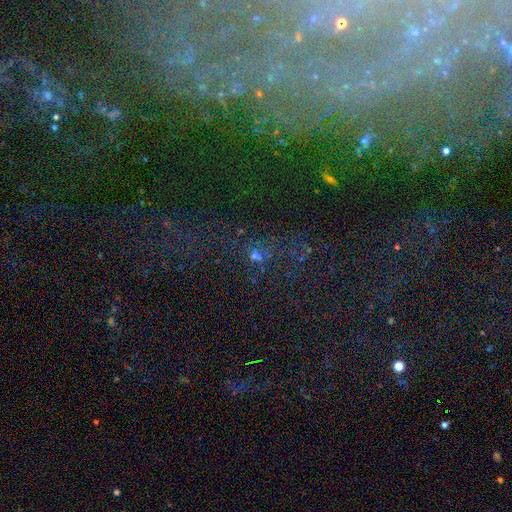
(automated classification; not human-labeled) Smooth or featured?
  - star or artifact: 58% *
  - smooth: 25%
  - featured or disk: 17%